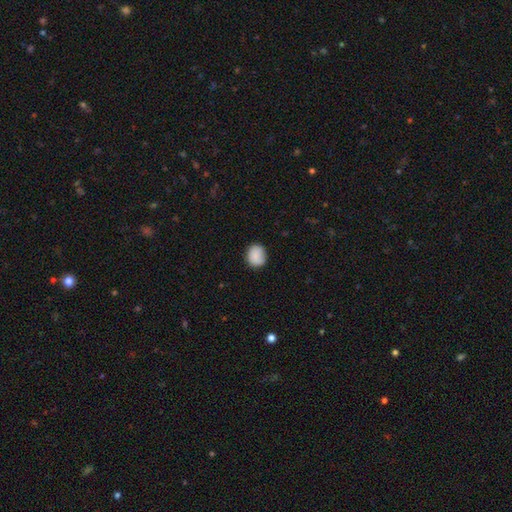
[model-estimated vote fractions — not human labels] smooth 86%, star or artifact 7%, featured or disk 6%. Down the decision tree: how rounded — round (71%); merging — none (80%).